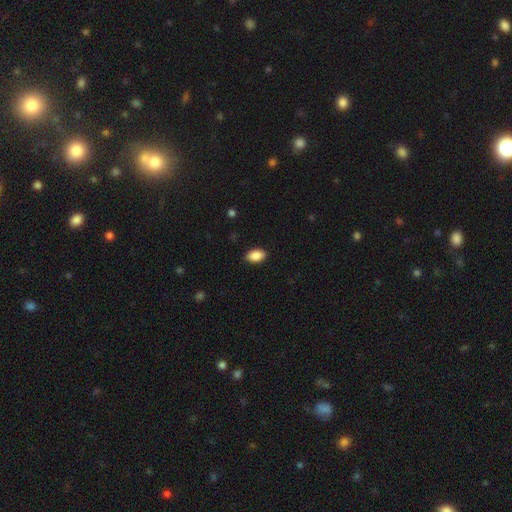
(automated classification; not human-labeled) Q: Smooth or featured?
A: smooth (88%); runner-up: star or artifact (7%)
Q: How rounded?
A: in between (93%); runner-up: round (5%)
Q: Merging?
A: none (89%); runner-up: minor disturbance (8%)